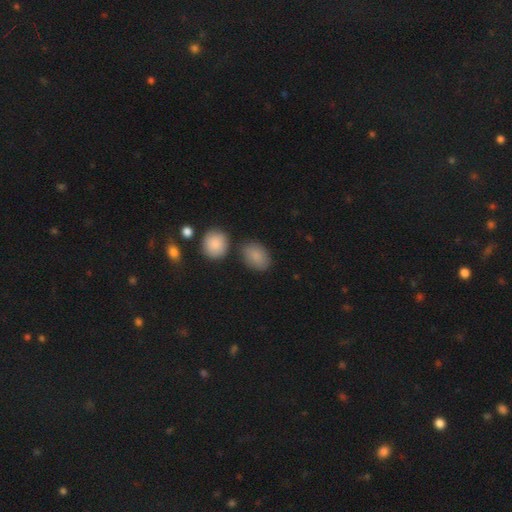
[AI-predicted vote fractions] Q: Smooth or featured?
A: smooth (86%); runner-up: star or artifact (7%)
Q: How rounded?
A: in between (80%); runner-up: round (18%)
Q: Merging?
A: none (74%); runner-up: minor disturbance (14%)